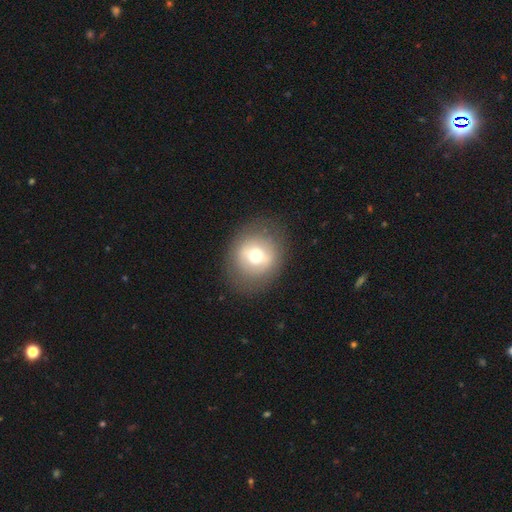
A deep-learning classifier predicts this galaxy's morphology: smooth_or_featured: smooth (p=0.59) [alt: featured or disk p=0.31]
how_rounded: round (p=0.79) [alt: in between p=0.20]
merging: none (p=0.83) [alt: minor disturbance p=0.10]